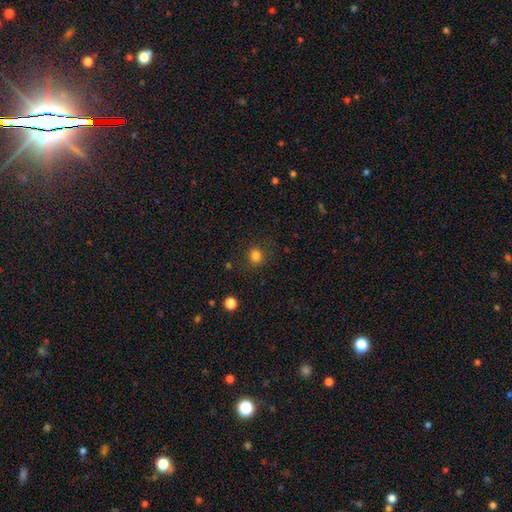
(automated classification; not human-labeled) The model was most divided on "how rounded": round: 82%, in between: 17%, cigar-shaped: 1%. More confident: merging — none (84%); smooth or featured — smooth (82%).